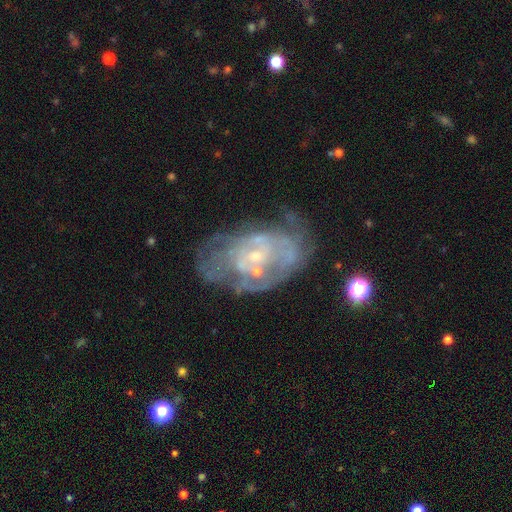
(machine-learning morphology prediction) smooth-or-featured: featured or disk: 75% | smooth: 16% | star or artifact: 9%
  disk-edge-on: no: 97% | yes: 3%
    bar: no: 72% | weak: 23% | strong: 5%
    has-spiral-arms: yes: 55% | no: 45%
    bulge-size: small: 69% | moderate: 17% | none: 11% | large: 2% | dominant: 1%
  merging: none: 41% | minor disturbance: 24% | major disturbance: 22% | merger: 13%